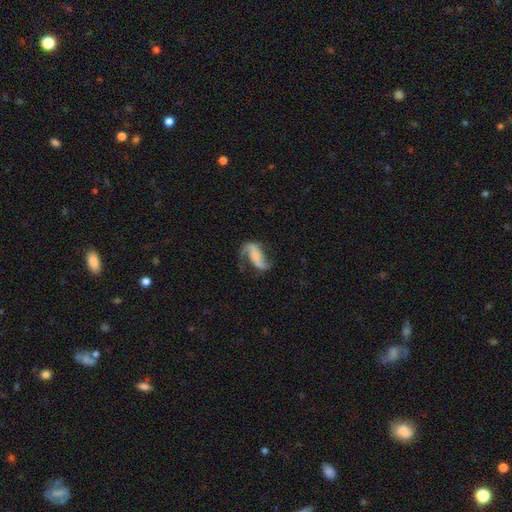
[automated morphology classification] Q: Smooth or featured?
A: featured or disk (79%); runner-up: smooth (14%)
Q: Edge-on disk?
A: no (96%); runner-up: yes (4%)
Q: Bar?
A: no (43%); runner-up: weak (30%)
Q: Spiral arms?
A: yes (94%); runner-up: no (6%)
Q: Spiral winding?
A: loose (68%); runner-up: medium (25%)
Q: Spiral arm count?
A: 2 (87%); runner-up: 1 (8%)
Q: Bulge size?
A: small (45%); runner-up: none (31%)
Q: Merging?
A: none (58%); runner-up: major disturbance (20%)